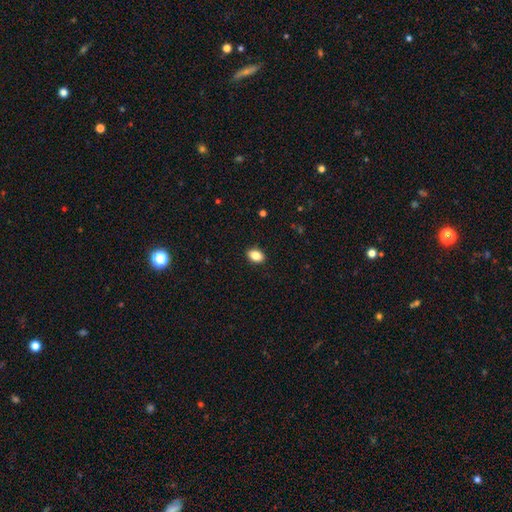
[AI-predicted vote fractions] The model was most divided on "how rounded": in between: 79%, round: 20%, cigar-shaped: 1%. More confident: merging — none (91%); smooth or featured — smooth (85%).